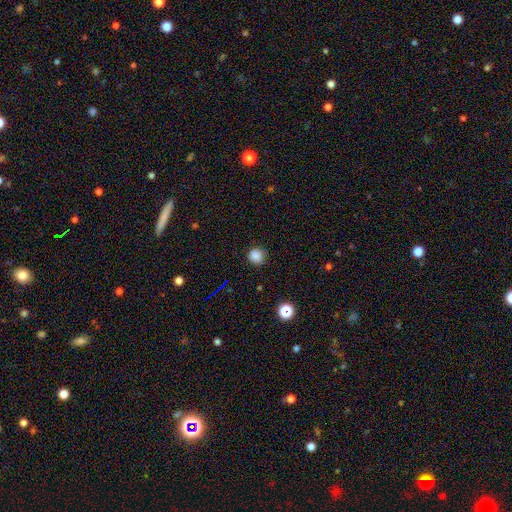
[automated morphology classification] smooth-or-featured: smooth: 84% | star or artifact: 13% | featured or disk: 4%
  how-rounded: round: 92% | in between: 7% | cigar-shaped: 1%
  merging: none: 87% | minor disturbance: 9% | major disturbance: 2% | merger: 1%